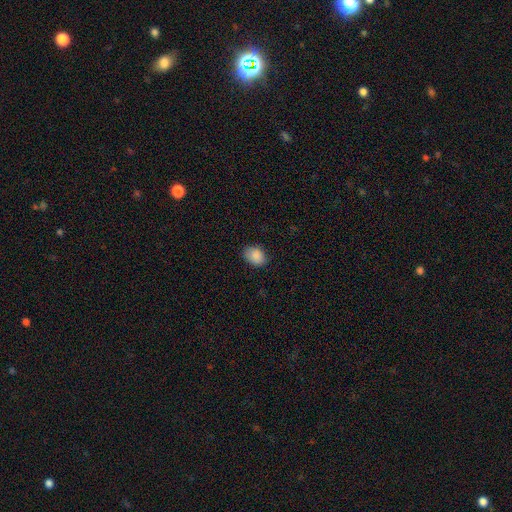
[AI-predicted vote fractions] A smooth galaxy with no disk features (89%) that is in between round and cigar-shaped (70%).

Vote fractions:
- Smooth or featured? smooth: 89% / star or artifact: 8% / featured or disk: 4%
- How rounded? in between: 70% / round: 29% / cigar-shaped: 1%
- Merging? none: 82% / minor disturbance: 14% / major disturbance: 3% / merger: 1%